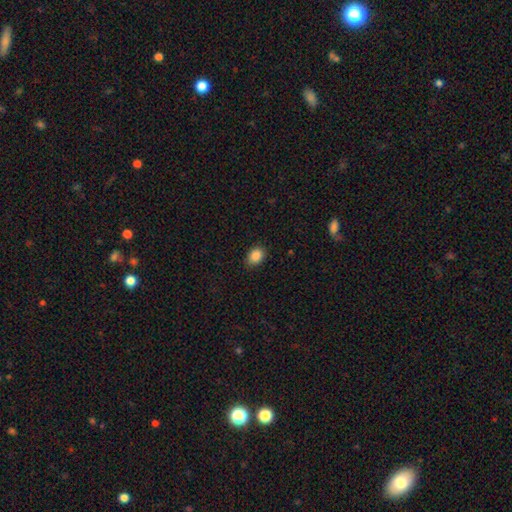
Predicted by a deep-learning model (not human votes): A smooth galaxy with no disk features (87%) that is in between round and cigar-shaped (68%). Merging: none (85%).